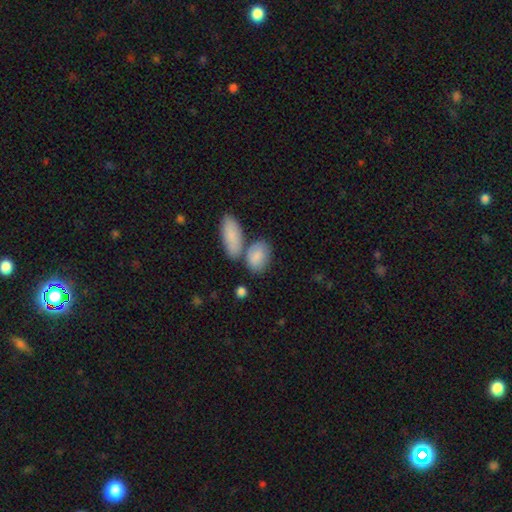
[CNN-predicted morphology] Q: Smooth or featured?
A: smooth (81%); runner-up: featured or disk (12%)
Q: How rounded?
A: in between (87%); runner-up: round (8%)
Q: Merging?
A: none (51%); runner-up: merger (30%)